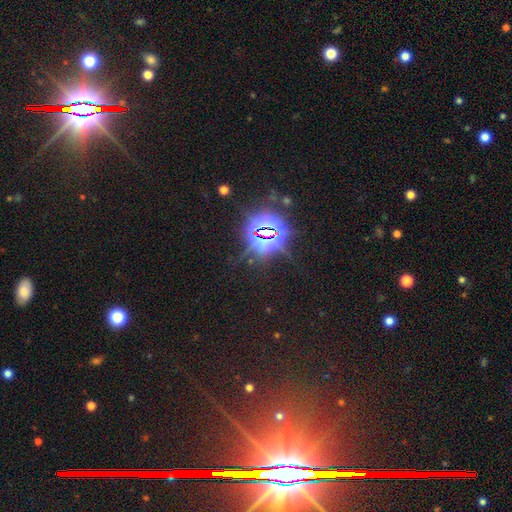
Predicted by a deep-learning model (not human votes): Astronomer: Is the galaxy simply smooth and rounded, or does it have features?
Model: star or artifact — 82%.